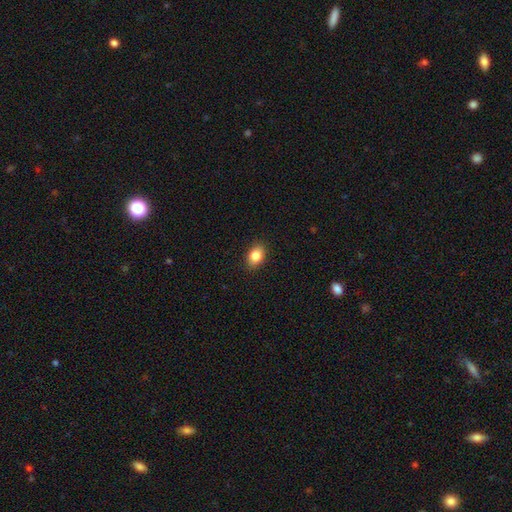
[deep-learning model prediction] This appears to be a smooth galaxy with no disk features (85%) that is in between round and cigar-shaped (80%). Merging: none (89%).